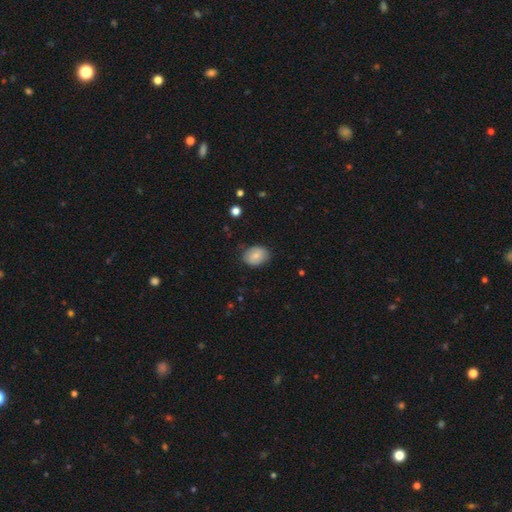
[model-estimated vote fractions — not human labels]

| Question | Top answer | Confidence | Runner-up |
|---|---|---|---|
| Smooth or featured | smooth | 74% | featured or disk (18%) |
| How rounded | in between | 66% | round (33%) |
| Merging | none | 76% | minor disturbance (19%) |